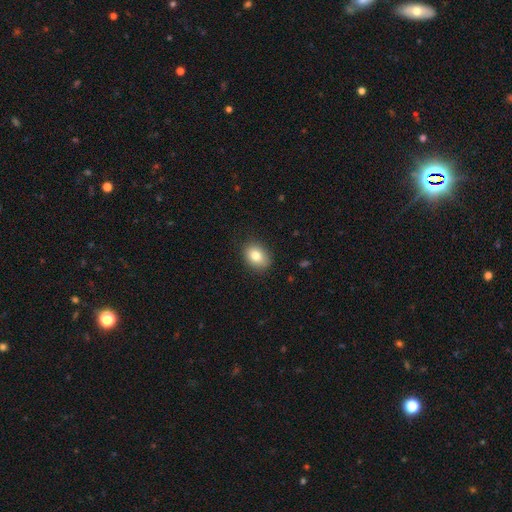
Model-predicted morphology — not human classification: This appears to be a smooth galaxy with no disk features (81%) that is in between round and cigar-shaped (70%). Merging: none (85%).